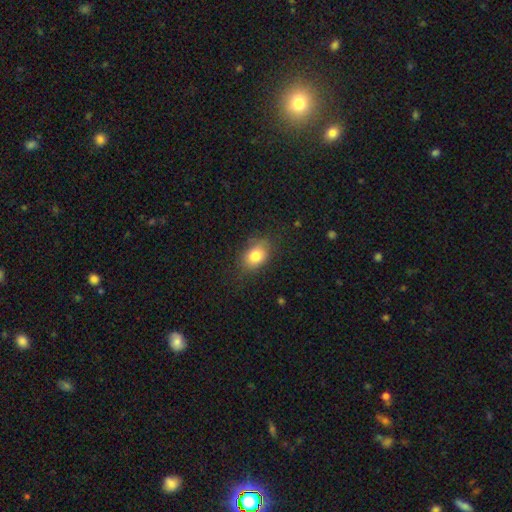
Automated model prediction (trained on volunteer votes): Overall: smooth (80%). How rounded: in between (72%). Merging: none (76%).